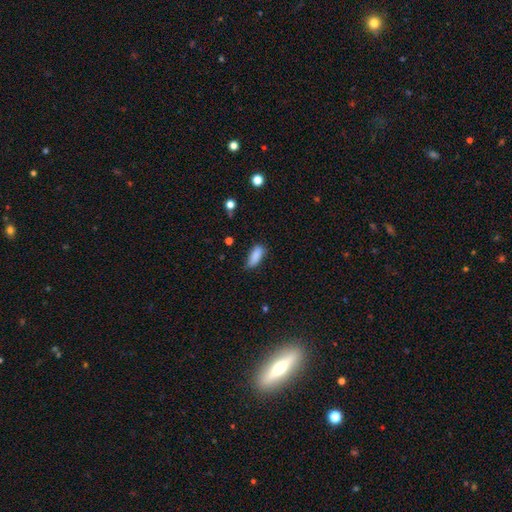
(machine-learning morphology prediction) Smooth or featured? Predicted: smooth (p=0.87). How rounded? Predicted: in between (p=0.76). Merging? Predicted: none (p=0.69).